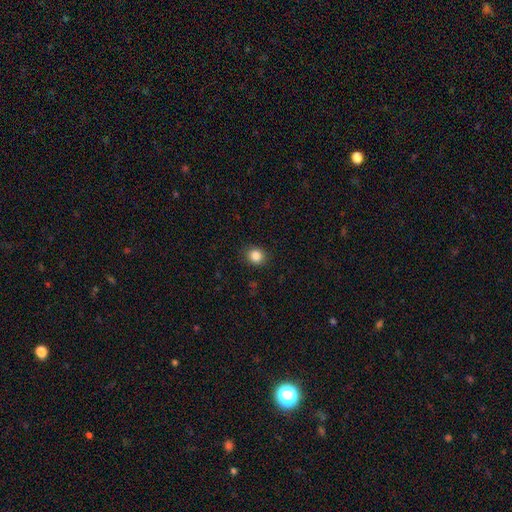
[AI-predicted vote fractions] Smooth or featured? Predicted: smooth (p=0.85). How rounded? Predicted: round (p=0.79). Merging? Predicted: none (p=0.90).